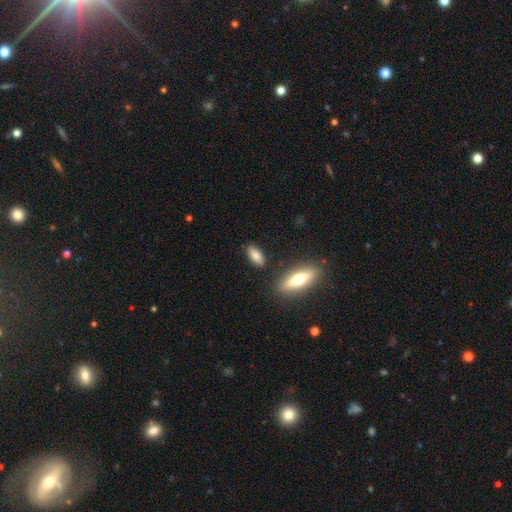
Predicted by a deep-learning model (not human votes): A smooth galaxy with no disk features (82%) that is in between round and cigar-shaped (76%). Merging: none (83%).